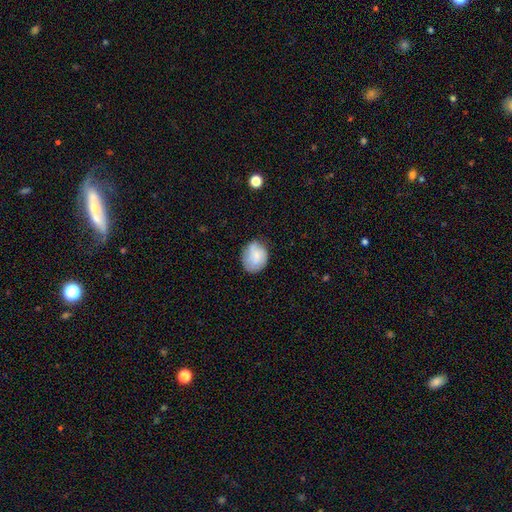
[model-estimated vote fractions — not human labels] smooth 68%, featured or disk 24%, star or artifact 7%. Down the decision tree: how rounded — round (58%); merging — none (69%).